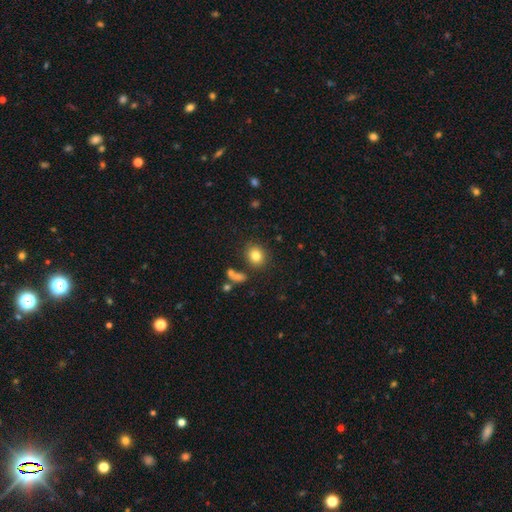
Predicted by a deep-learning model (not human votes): A smooth galaxy with no disk features (81%) that is round (73%). Merging: none (81%).